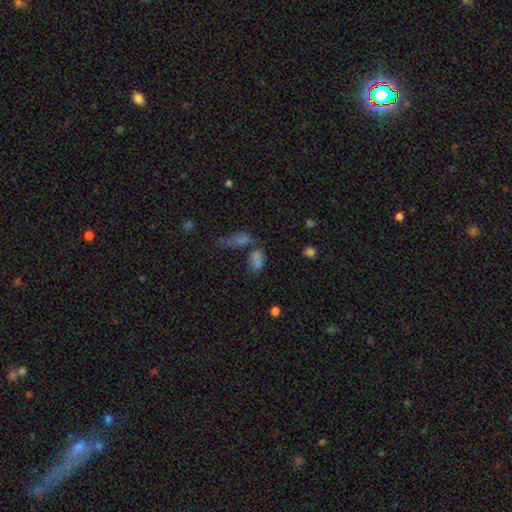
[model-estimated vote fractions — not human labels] This appears to be a smooth galaxy with no disk features (63%) that is in between round and cigar-shaped (75%). Merging: none (41%).